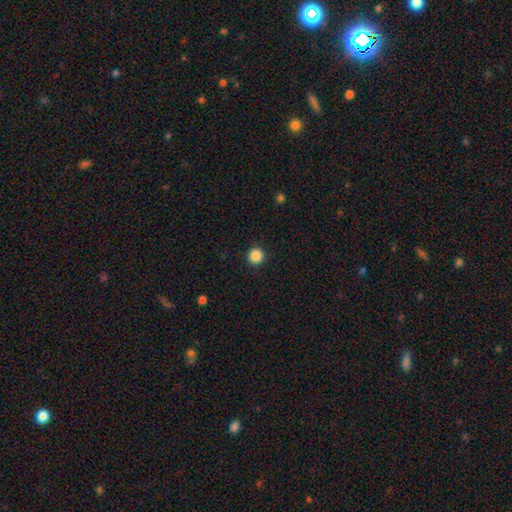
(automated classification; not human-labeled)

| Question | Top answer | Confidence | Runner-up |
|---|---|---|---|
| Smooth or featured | smooth | 88% | star or artifact (10%) |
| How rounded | round | 96% | in between (3%) |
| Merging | none | 93% | minor disturbance (4%) |